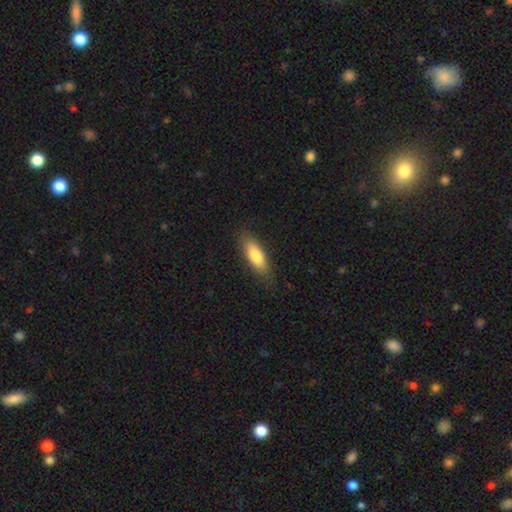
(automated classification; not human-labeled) Smooth or featured: smooth — 80% (featured or disk — 15%)
How rounded: in between — 63% (cigar-shaped — 35%)
Merging: none — 82% (minor disturbance — 14%)